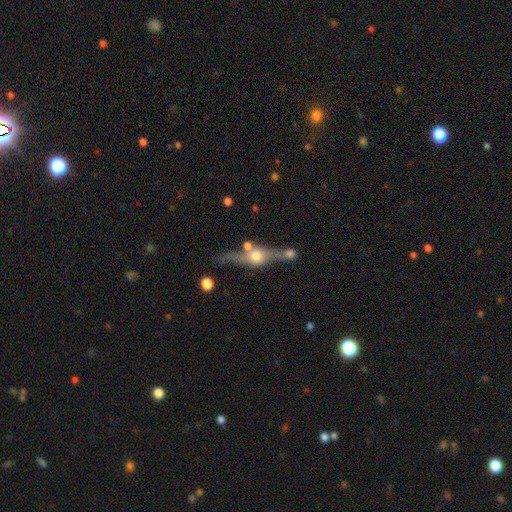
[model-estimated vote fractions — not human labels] The model was most divided on "merging": none: 63%, merger: 18%, minor disturbance: 14%, major disturbance: 5%. More confident: edge-on bulge — rounded (94%); edge-on disk — yes (92%); smooth or featured — featured or disk (79%).